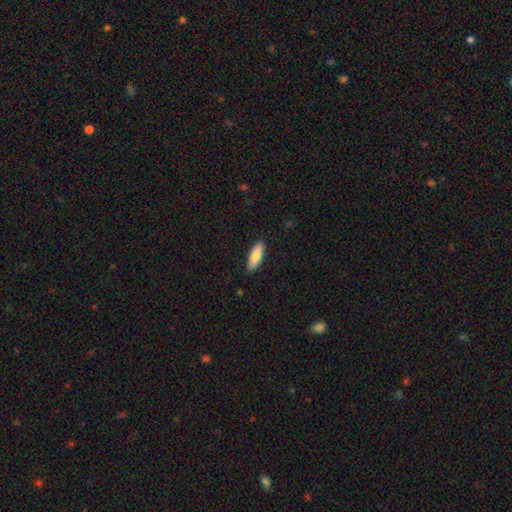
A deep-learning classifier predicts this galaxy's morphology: Overall: smooth (82%). How rounded: in between (59%; cigar-shaped 39%). Merging: none (88%).